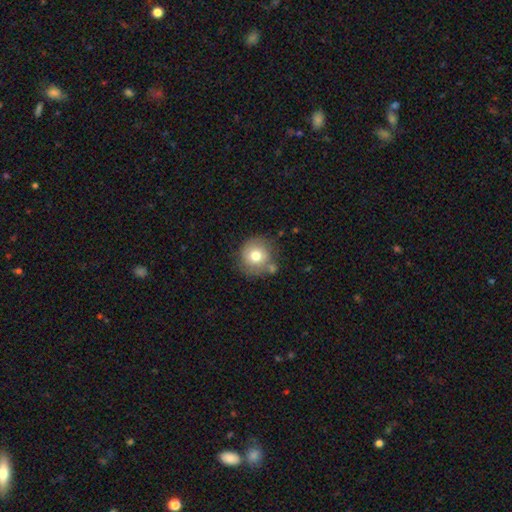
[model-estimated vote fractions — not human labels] Smooth or featured: smooth — 74% (featured or disk — 17%)
How rounded: round — 91% (in between — 8%)
Merging: none — 69% (minor disturbance — 16%)